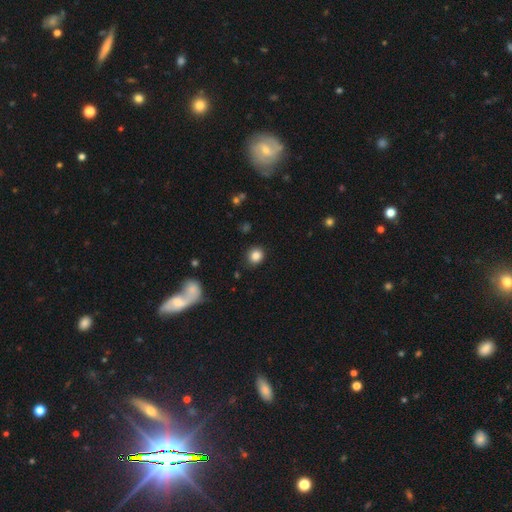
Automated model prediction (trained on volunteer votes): Overall: smooth (85%). How rounded: round (84%). Merging: none (88%).